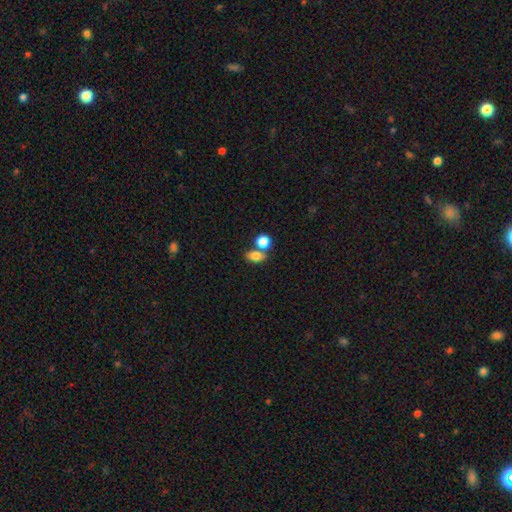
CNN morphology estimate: type=smooth (80%); roundness=in between (73%); merging=none (52%).